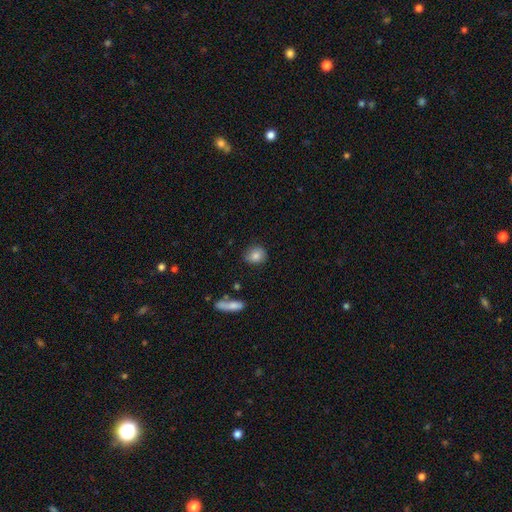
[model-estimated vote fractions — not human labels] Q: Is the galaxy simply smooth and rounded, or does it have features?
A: smooth — 82%.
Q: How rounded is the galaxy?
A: round — 67%.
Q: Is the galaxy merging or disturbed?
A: none — 82%.